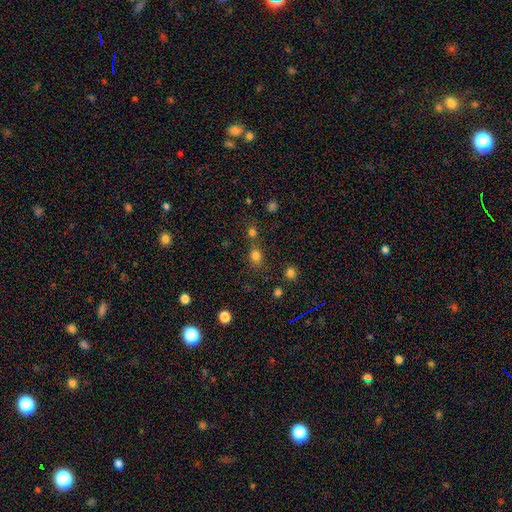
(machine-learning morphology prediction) smooth 77%, star or artifact 17%, featured or disk 6%. Down the decision tree: how rounded — round (67%); merging — none (61%).